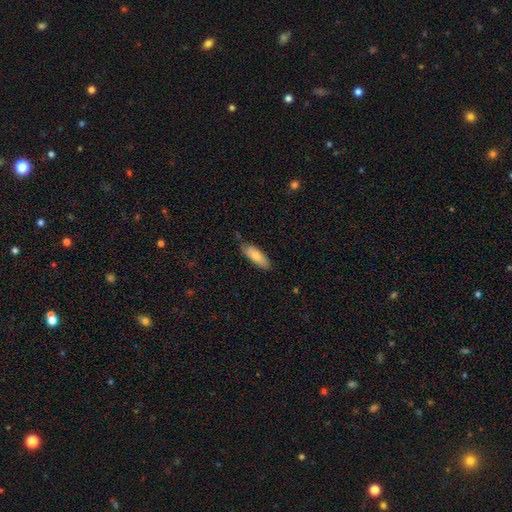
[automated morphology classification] smooth-or-featured: smooth: 78% | featured or disk: 16% | star or artifact: 6%
  how-rounded: in between: 65% | cigar-shaped: 33% | round: 2%
  merging: none: 70% | minor disturbance: 24% | major disturbance: 4% | merger: 2%